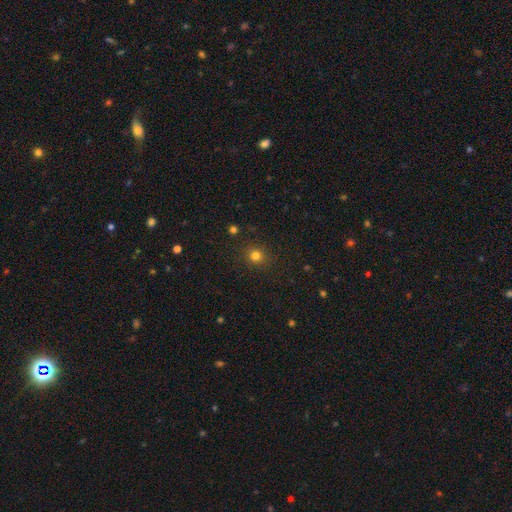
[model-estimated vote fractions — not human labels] smooth 80%, star or artifact 15%, featured or disk 5%. Down the decision tree: how rounded — round (89%); merging — none (89%).